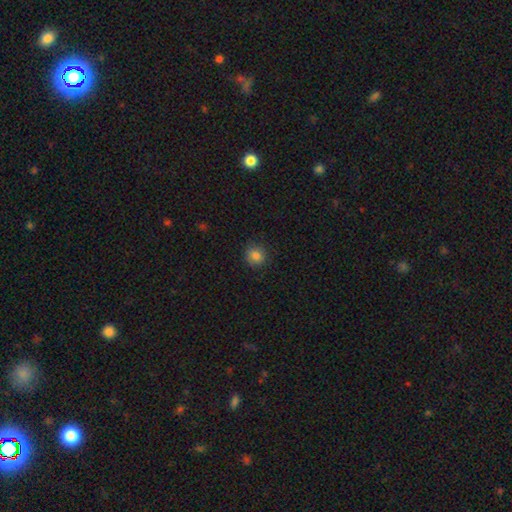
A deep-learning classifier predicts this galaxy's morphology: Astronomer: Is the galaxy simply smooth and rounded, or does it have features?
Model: smooth — 85%.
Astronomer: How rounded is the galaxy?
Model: round — 85%.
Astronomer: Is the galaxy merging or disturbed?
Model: none — 87%.